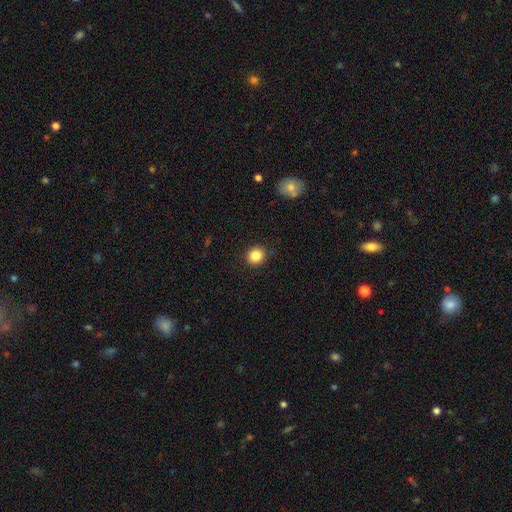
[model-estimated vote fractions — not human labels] Smooth or featured? smooth (85%)
How rounded? round (87%)
Merging? none (91%)